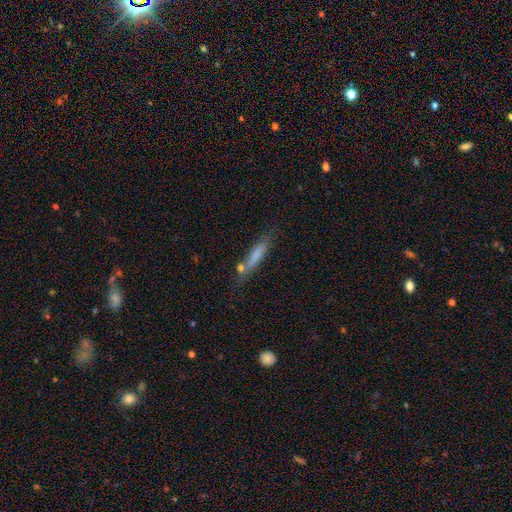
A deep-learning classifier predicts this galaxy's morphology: Smooth or featured: smooth — 67% (featured or disk — 25%)
How rounded: cigar-shaped — 87% (in between — 11%)
Merging: none — 68% (minor disturbance — 17%)